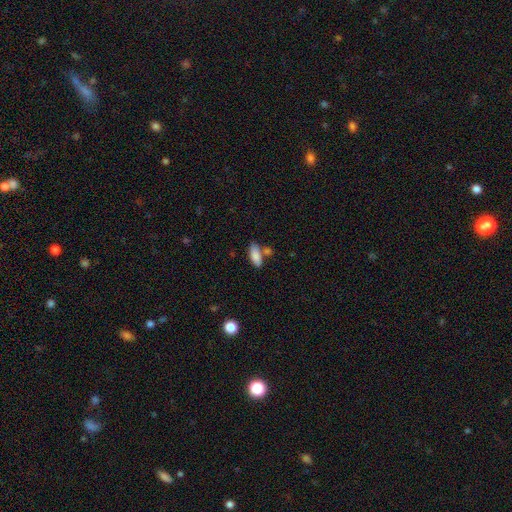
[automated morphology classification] smooth 85%, featured or disk 8%, star or artifact 7%. Down the decision tree: how rounded — in between (82%); merging — none (63%).